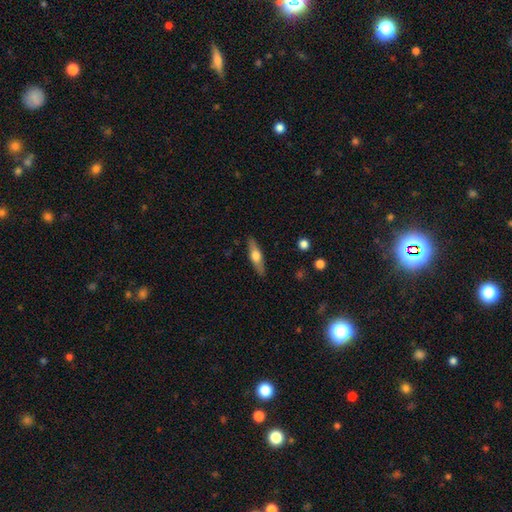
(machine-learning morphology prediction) Smooth or featured? smooth (47%, tied with featured or disk)
Merging? none (88%)